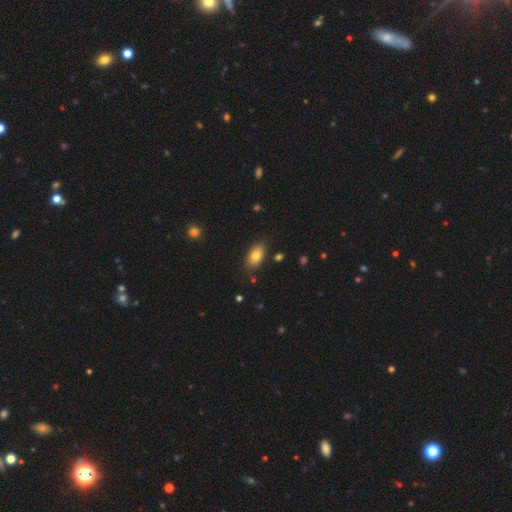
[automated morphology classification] This is likely a smooth galaxy (79%). How rounded: clearly in between (91%). Merging: clearly none (83%).